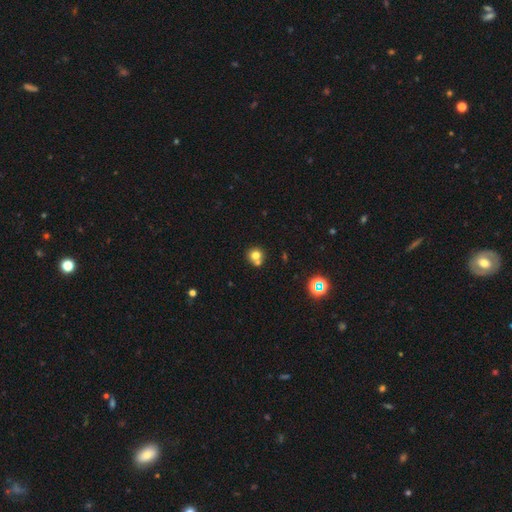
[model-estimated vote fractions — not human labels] Smooth or featured? Predicted: smooth (p=0.74). How rounded? Predicted: round (p=0.89). Merging? Predicted: none (p=0.59).